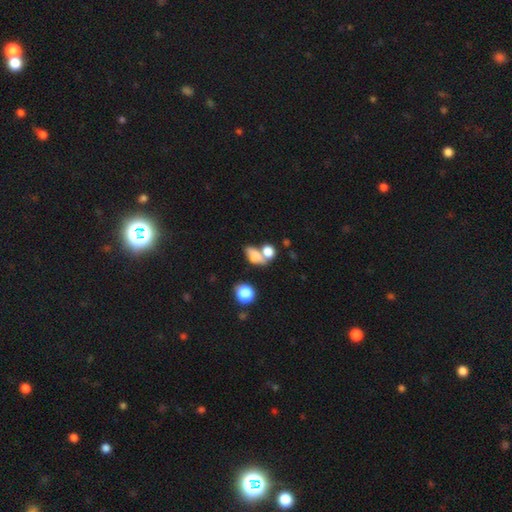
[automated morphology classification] Q: Smooth or featured?
A: smooth (73%); runner-up: featured or disk (14%)
Q: How rounded?
A: in between (70%); runner-up: round (26%)
Q: Merging?
A: merger (45%); runner-up: none (33%)